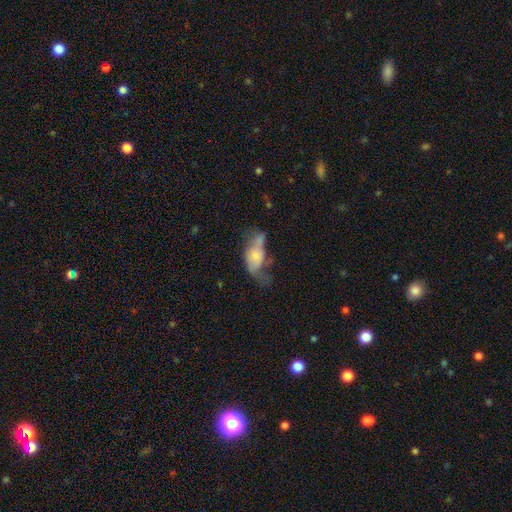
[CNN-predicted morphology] The model was most divided on "merging": major disturbance: 38%, minor disturbance: 24%, none: 21%, merger: 17%. More confident: how rounded — in between (86%); smooth or featured — smooth (54%).